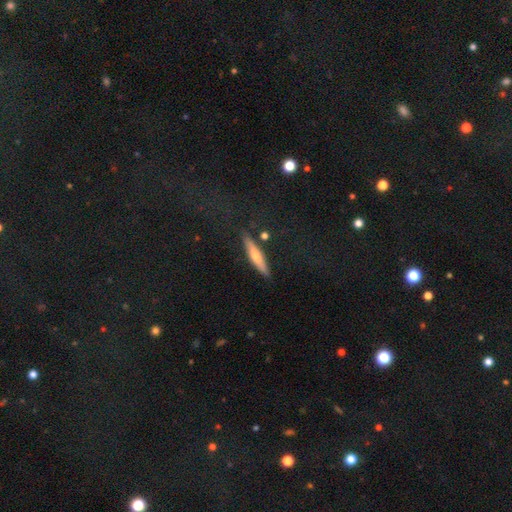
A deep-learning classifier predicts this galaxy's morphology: Smooth or featured: featured or disk — 48% (smooth — 43%)
Merging: none — 86% (minor disturbance — 9%)